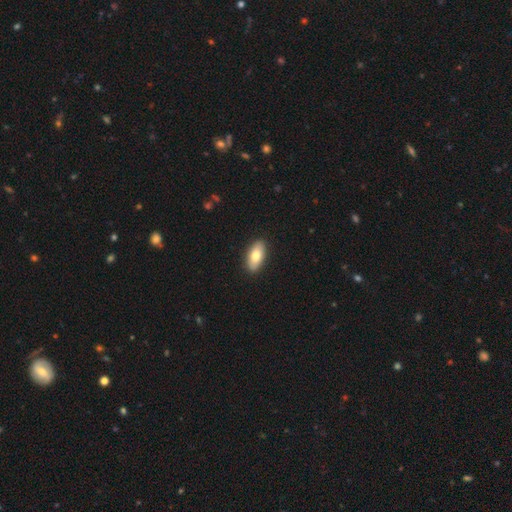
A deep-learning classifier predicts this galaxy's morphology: A smooth galaxy with no disk features (75%) that is in between round and cigar-shaped (90%). Merging: none (90%).